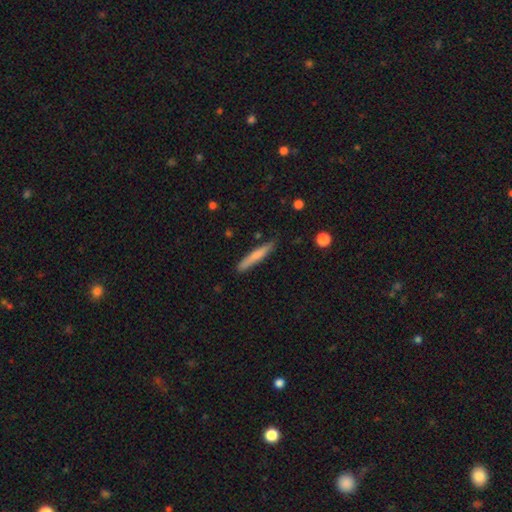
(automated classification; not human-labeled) smooth_or_featured: smooth (p=0.67) [alt: featured or disk p=0.28]
how_rounded: cigar-shaped (p=0.93) [alt: in between p=0.05]
merging: none (p=0.85) [alt: minor disturbance p=0.11]